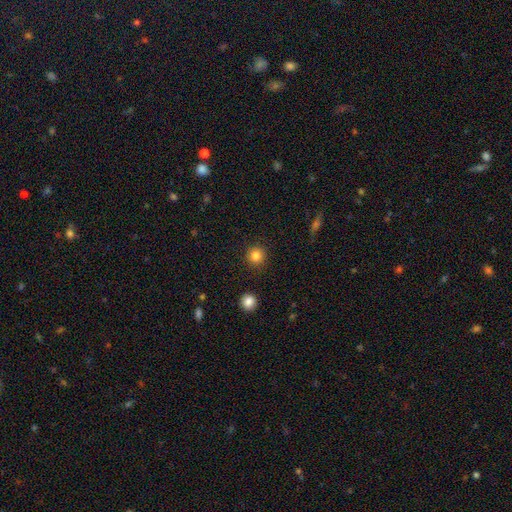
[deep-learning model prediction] Smooth or featured: smooth — 84% (star or artifact — 12%)
How rounded: round — 95% (in between — 4%)
Merging: none — 91% (minor disturbance — 5%)